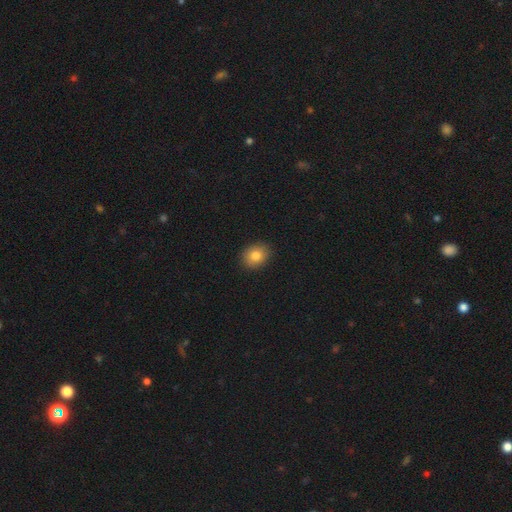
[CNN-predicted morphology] Smooth or featured: smooth — 82% (star or artifact — 10%)
How rounded: round — 53% (in between — 46%)
Merging: none — 89% (minor disturbance — 8%)